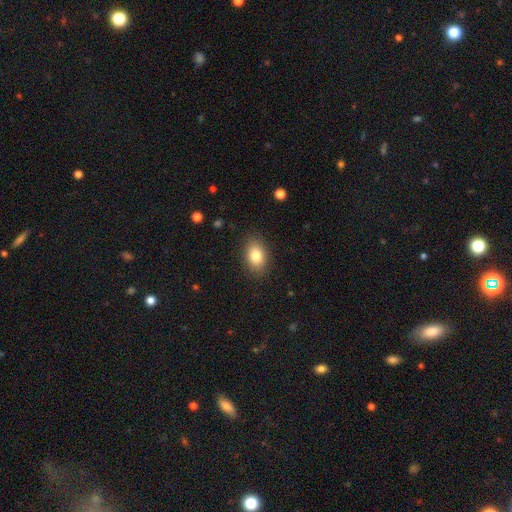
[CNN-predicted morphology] Overall: smooth (82%). How rounded: in between (82%). Merging: none (87%).